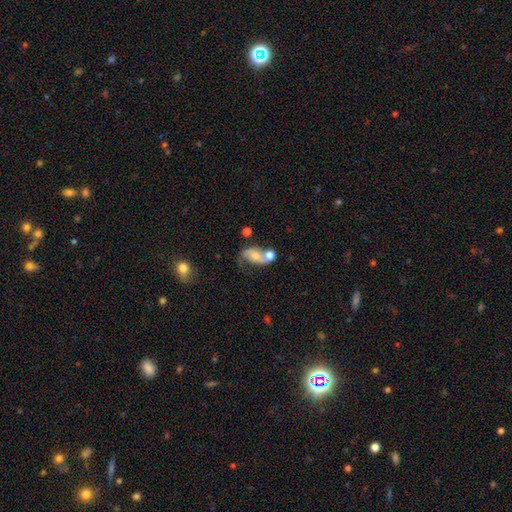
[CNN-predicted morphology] Q: Smooth or featured?
A: featured or disk (60%); runner-up: smooth (31%)
Q: Edge-on disk?
A: no (97%); runner-up: yes (3%)
Q: Bar?
A: no (70%); runner-up: weak (23%)
Q: Spiral arms?
A: yes (80%); runner-up: no (20%)
Q: Bulge size?
A: moderate (48%); runner-up: small (37%)
Q: Merging?
A: merger (40%); runner-up: none (30%)